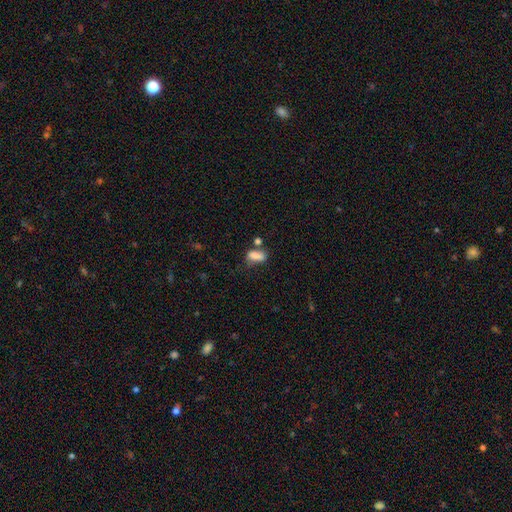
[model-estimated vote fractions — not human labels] Smooth or featured? Predicted: smooth (p=0.77). How rounded? Predicted: in between (p=0.77). Merging? Predicted: none (p=0.43).